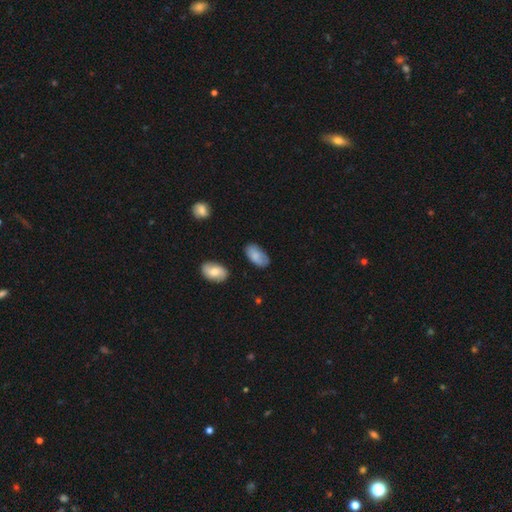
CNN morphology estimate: smooth-or-featured: smooth: 81% | featured or disk: 13% | star or artifact: 7%
  how-rounded: in between: 95% | round: 3% | cigar-shaped: 2%
  merging: none: 74% | minor disturbance: 20% | major disturbance: 4% | merger: 3%